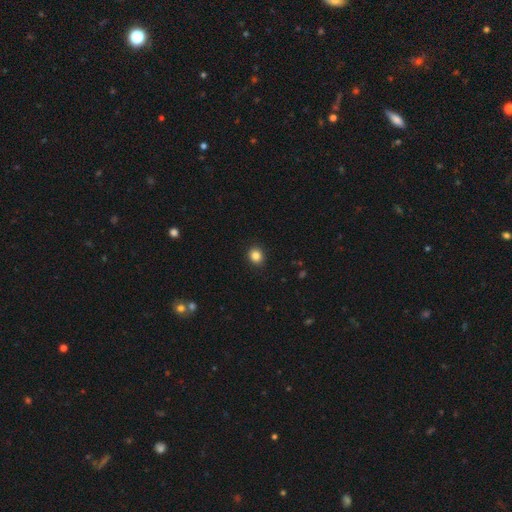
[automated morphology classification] The model was most divided on "how rounded": round: 79%, in between: 20%, cigar-shaped: 1%. More confident: merging — none (91%); smooth or featured — smooth (85%).